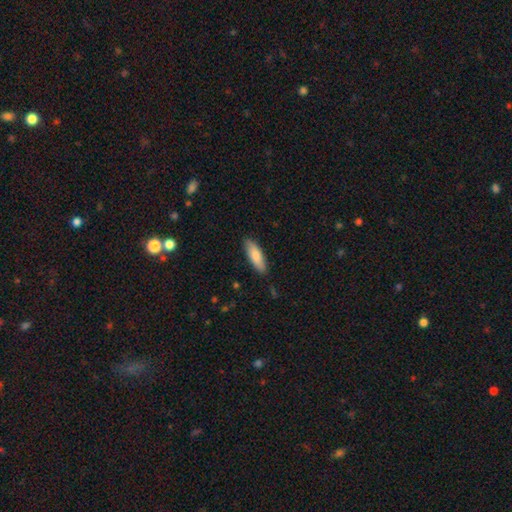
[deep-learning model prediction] Overall: smooth (82%). How rounded: in between (50%; cigar-shaped 49%). Merging: none (86%).